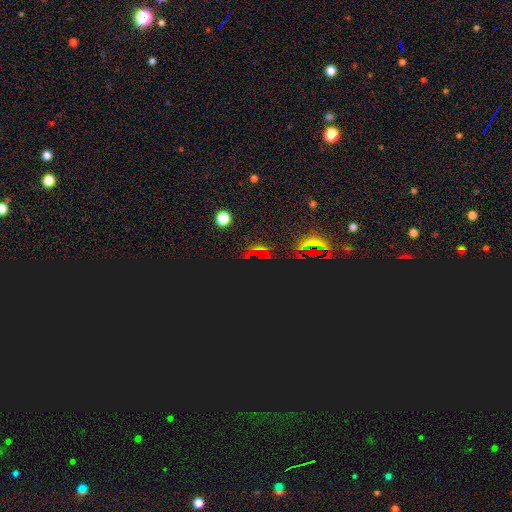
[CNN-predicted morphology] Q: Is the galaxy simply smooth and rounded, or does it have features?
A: star or artifact — 79%.